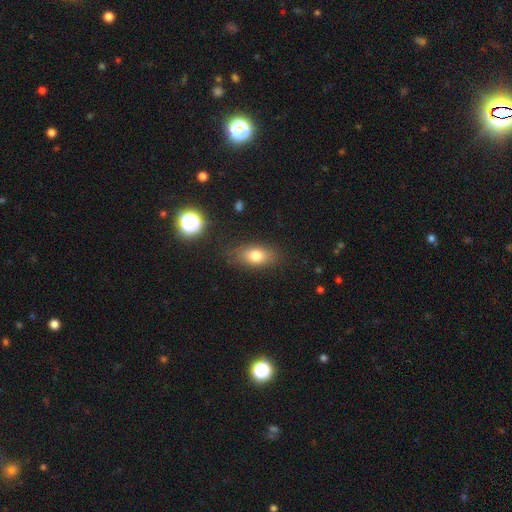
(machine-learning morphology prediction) Smooth or featured?
  - smooth: 76% *
  - featured or disk: 13%
  - star or artifact: 11%
How rounded?
  - in between: 81% *
  - round: 13%
  - cigar-shaped: 6%
Merging?
  - none: 80% *
  - minor disturbance: 14%
  - major disturbance: 4%
  - merger: 2%